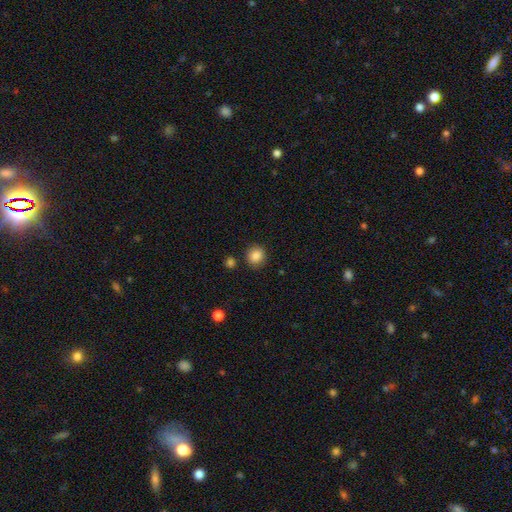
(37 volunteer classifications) This is clearly a smooth galaxy (95%). How rounded: clearly round (86%). Merging: clearly none (100%).